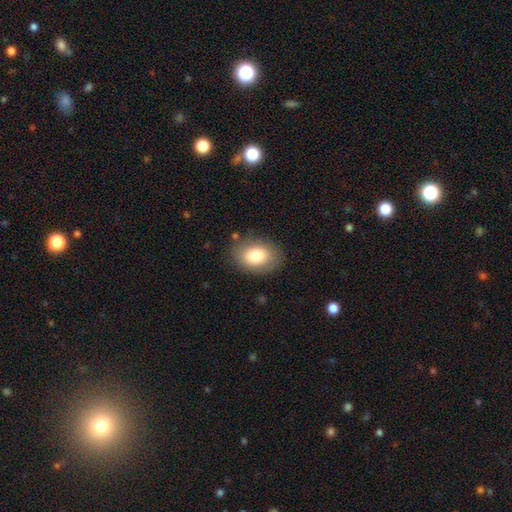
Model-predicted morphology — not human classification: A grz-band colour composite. It shows a smooth galaxy with no disk features (80%) that is in between round and cigar-shaped (75%). Merging: none (82%).